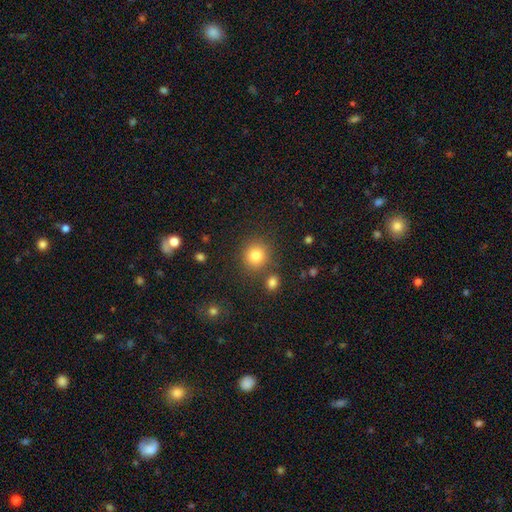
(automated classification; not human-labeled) This is clearly a smooth galaxy (82%). How rounded: clearly round (87%). Merging: clearly none (80%).